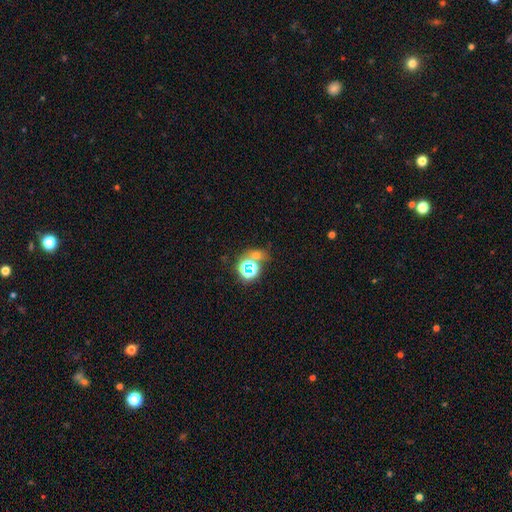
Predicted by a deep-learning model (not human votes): A star or artifact, not a galaxy (50%).